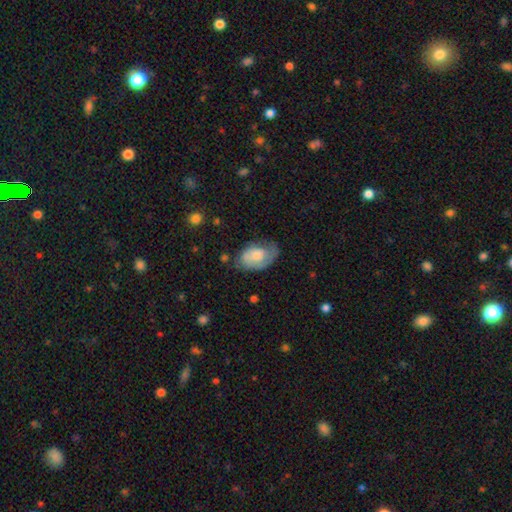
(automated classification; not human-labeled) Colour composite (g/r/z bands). It shows a smooth galaxy with no disk features (56%) that is in between round and cigar-shaped (89%). Merging: none (47%).